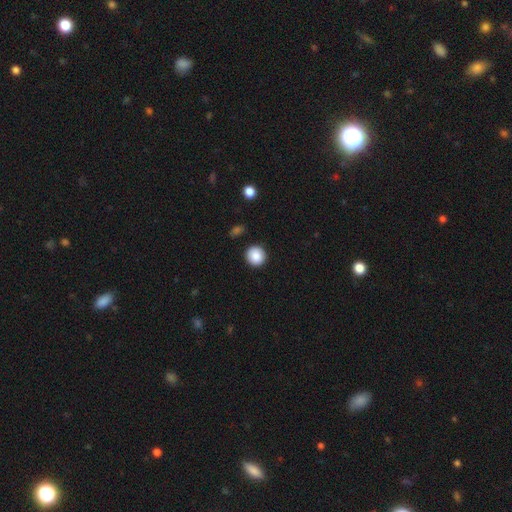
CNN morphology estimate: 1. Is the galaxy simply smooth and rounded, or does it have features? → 88% smooth, 9% star or artifact, 4% featured or disk.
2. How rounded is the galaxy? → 93% round, 6% in between, 1% cigar-shaped.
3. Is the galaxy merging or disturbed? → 91% none, 6% minor disturbance, 2% major disturbance, 1% merger.